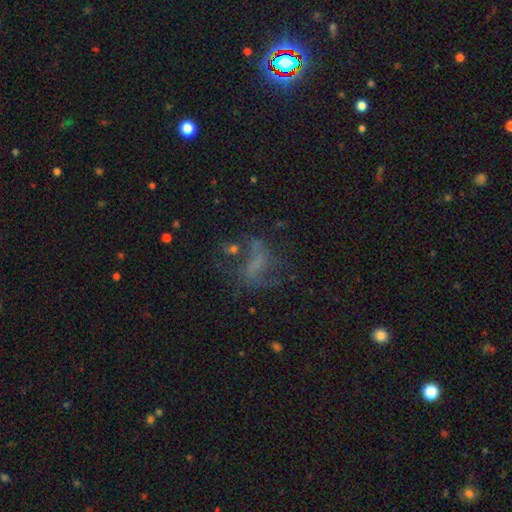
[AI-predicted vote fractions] This is marginally a featured or disk galaxy (40%). Merging: possibly none (49%).